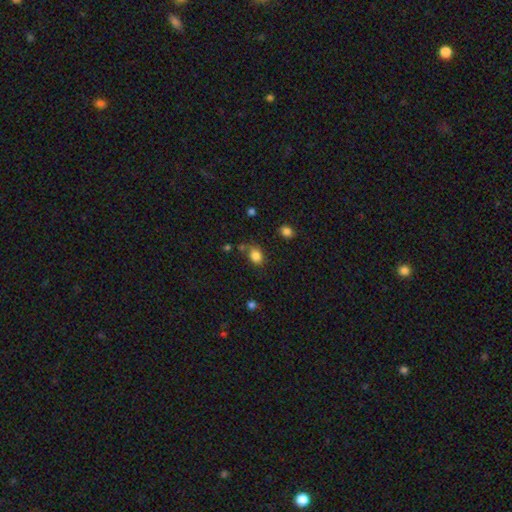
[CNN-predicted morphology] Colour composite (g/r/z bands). It shows a smooth galaxy with no disk features (83%) that is in between round and cigar-shaped (54%). Merging: none (69%).